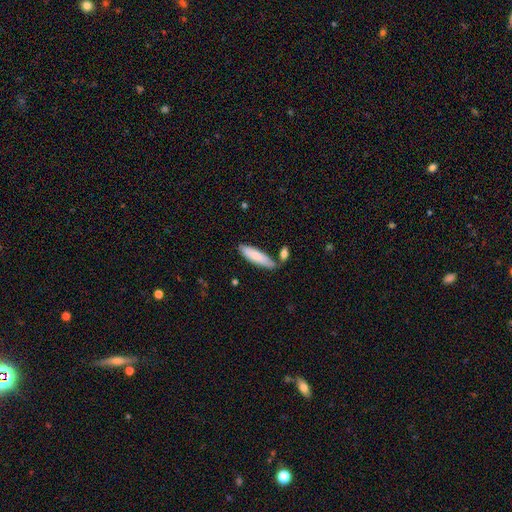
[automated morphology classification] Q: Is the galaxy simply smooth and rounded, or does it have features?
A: smooth — 80%.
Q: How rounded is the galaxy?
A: cigar-shaped — 60%.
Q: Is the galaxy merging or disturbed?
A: none — 70%.